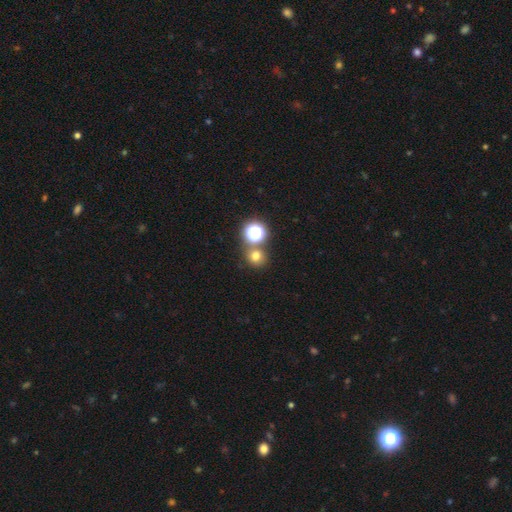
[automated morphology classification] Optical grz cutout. It shows a smooth galaxy with no disk features (69%) that is round (86%). Merging: none (70%).